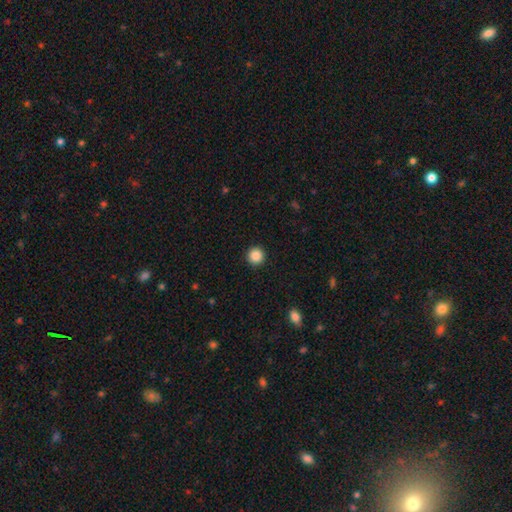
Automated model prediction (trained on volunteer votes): Smooth or featured?
  - smooth: 87% *
  - star or artifact: 10%
  - featured or disk: 3%
How rounded?
  - round: 96% *
  - in between: 3%
  - cigar-shaped: 1%
Merging?
  - none: 93% *
  - minor disturbance: 4%
  - major disturbance: 2%
  - merger: 1%